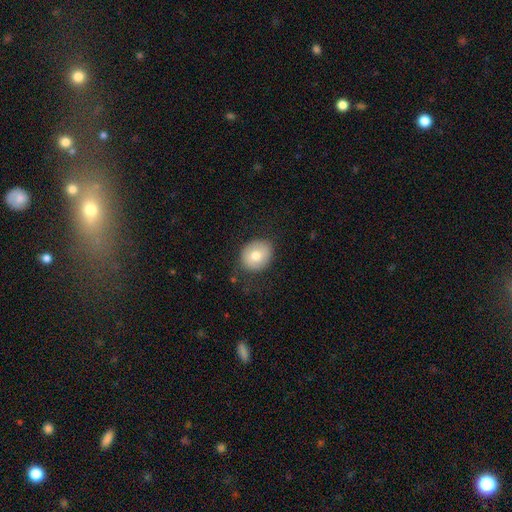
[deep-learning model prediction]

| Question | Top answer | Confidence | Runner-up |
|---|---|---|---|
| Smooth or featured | smooth | 73% | featured or disk (18%) |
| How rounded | round | 60% | in between (39%) |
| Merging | none | 79% | minor disturbance (15%) |